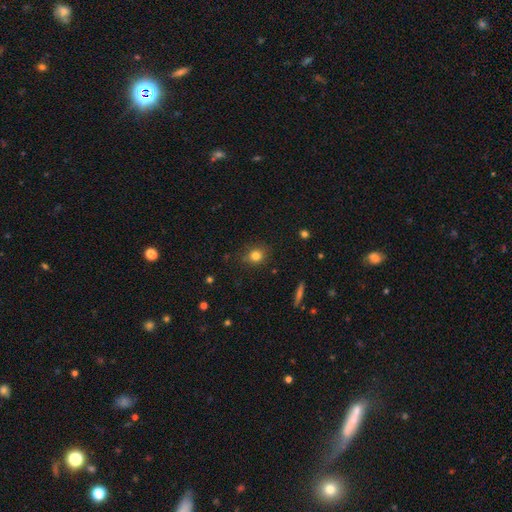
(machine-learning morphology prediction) A smooth galaxy with no disk features (80%) that is round (76%). Merging: none (80%).